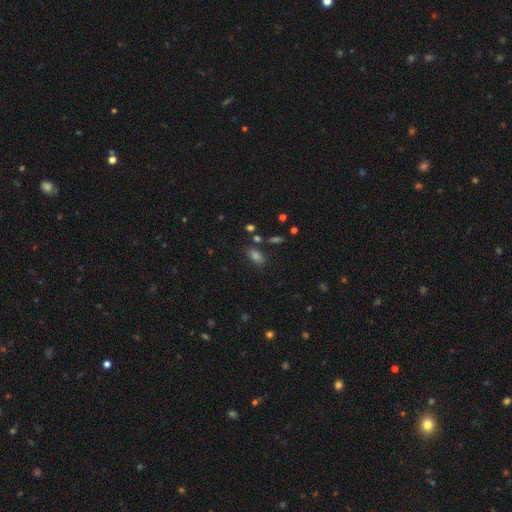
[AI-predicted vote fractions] Q: Smooth or featured?
A: smooth (72%); runner-up: star or artifact (21%)
Q: How rounded?
A: in between (85%); runner-up: round (10%)
Q: Merging?
A: none (77%); runner-up: minor disturbance (12%)